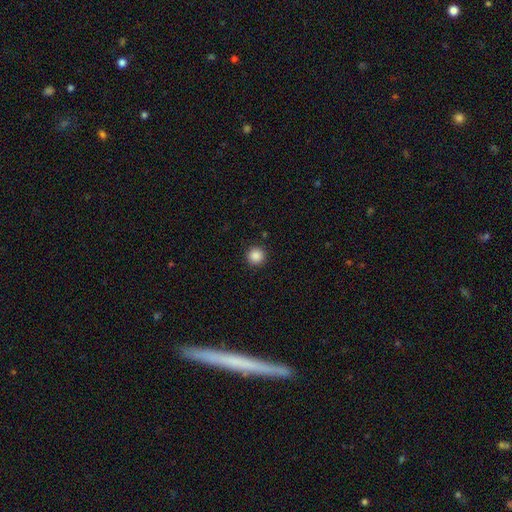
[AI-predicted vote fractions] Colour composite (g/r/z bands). It shows a smooth galaxy with no disk features (87%) that is round (96%). Merging: none (92%).